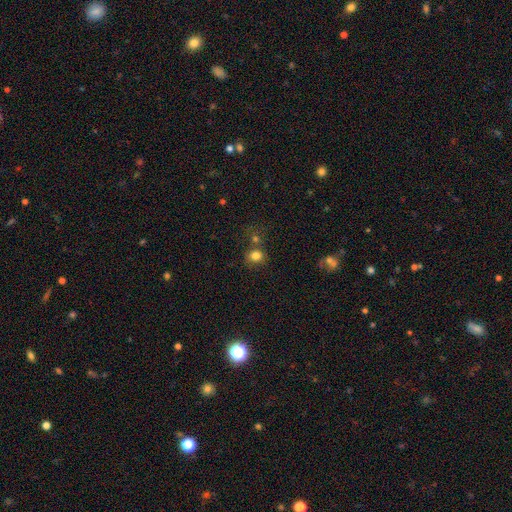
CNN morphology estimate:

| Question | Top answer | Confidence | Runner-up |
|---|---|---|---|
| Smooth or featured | smooth | 79% | star or artifact (14%) |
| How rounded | round | 72% | in between (27%) |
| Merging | none | 60% | merger (20%) |